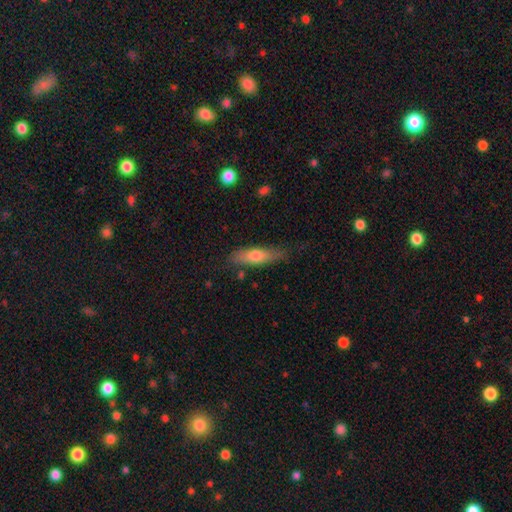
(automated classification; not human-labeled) Smooth or featured? smooth (64%)
How rounded? cigar-shaped (61%)
Merging? none (73%)